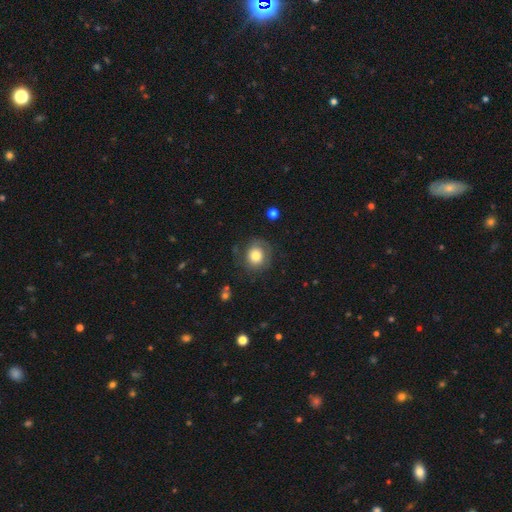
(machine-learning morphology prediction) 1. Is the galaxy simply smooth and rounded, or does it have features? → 67% smooth, 24% featured or disk, 9% star or artifact.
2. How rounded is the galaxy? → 78% round, 21% in between, 1% cigar-shaped.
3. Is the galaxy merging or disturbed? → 69% none, 19% minor disturbance, 11% major disturbance, 2% merger.